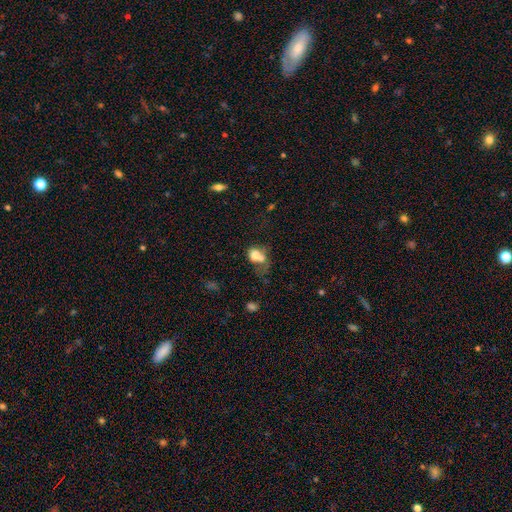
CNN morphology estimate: smooth 71%, featured or disk 19%, star or artifact 11%. Down the decision tree: how rounded — in between (51%); merging — merger (52%).